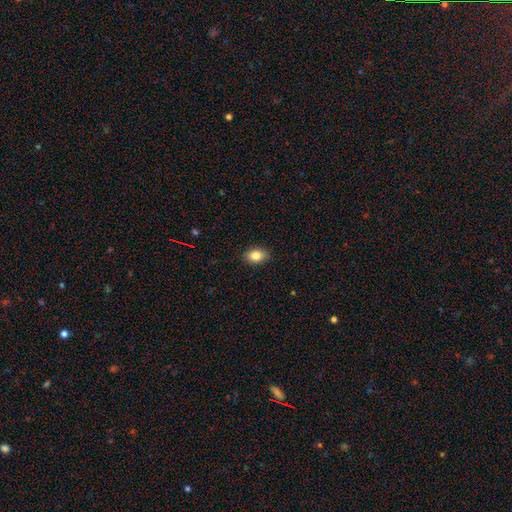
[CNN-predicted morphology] A smooth galaxy with no disk features (84%) that is in between round and cigar-shaped (75%).

Vote fractions:
- Smooth or featured? smooth: 84% / star or artifact: 9% / featured or disk: 7%
- How rounded? in between: 75% / round: 23% / cigar-shaped: 1%
- Merging? none: 88% / minor disturbance: 9% / major disturbance: 2% / merger: 1%